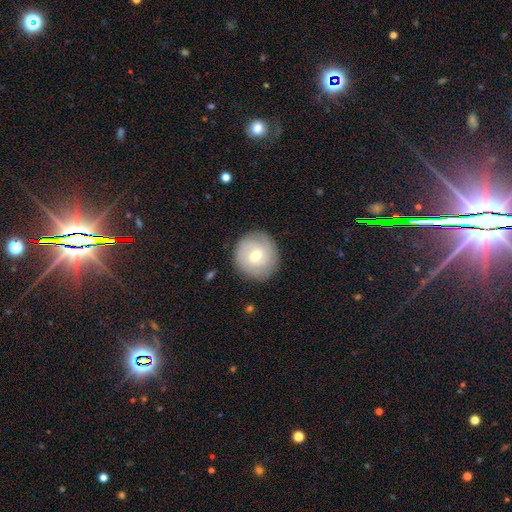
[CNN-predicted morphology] A smooth galaxy with no disk features (52%) that is round (90%).

Vote fractions:
- Smooth or featured? smooth: 52% / featured or disk: 40% / star or artifact: 8%
- How rounded? round: 90% / in between: 9% / cigar-shaped: 1%
- Merging? none: 86% / minor disturbance: 10% / major disturbance: 3% / merger: 1%